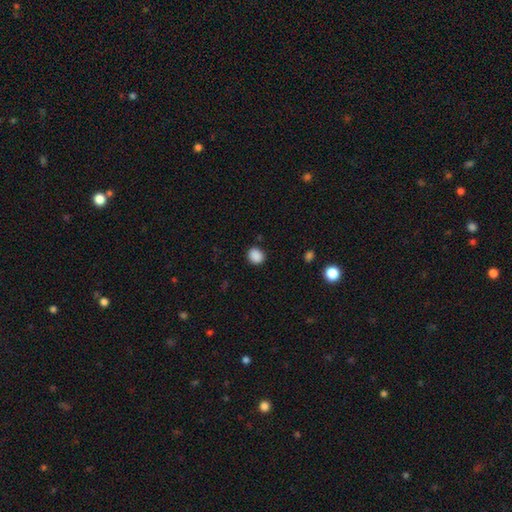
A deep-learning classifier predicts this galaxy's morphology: A smooth galaxy with no disk features (88%) that is round (72%).

Vote fractions:
- Smooth or featured? smooth: 88% / star or artifact: 10% / featured or disk: 3%
- How rounded? round: 72% / in between: 27% / cigar-shaped: 1%
- Merging? none: 87% / minor disturbance: 9% / major disturbance: 2% / merger: 1%